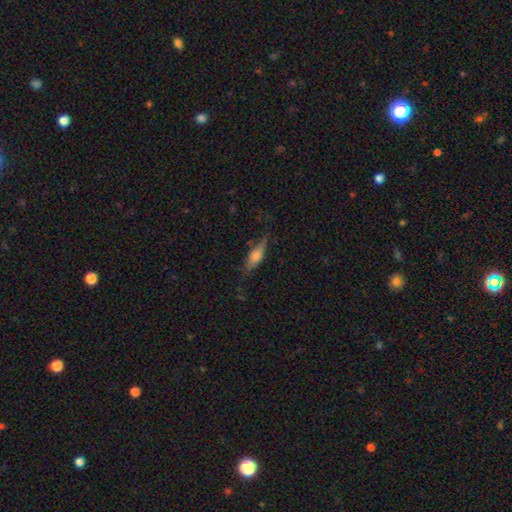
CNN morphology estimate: Smooth or featured? smooth (47%)
Merging? none (74%)